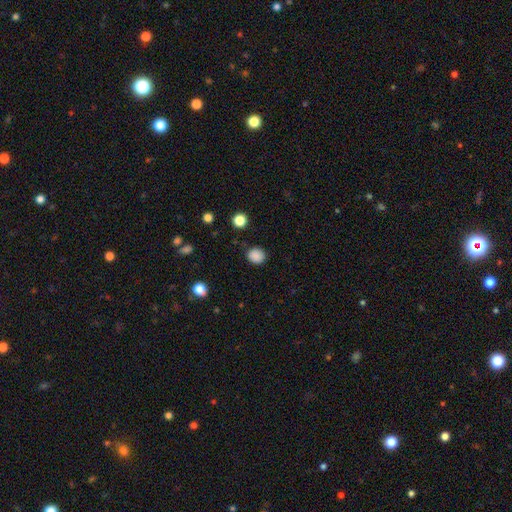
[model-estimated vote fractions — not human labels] Morphology: type=smooth (86%); roundness=round (78%); merging=none (86%).